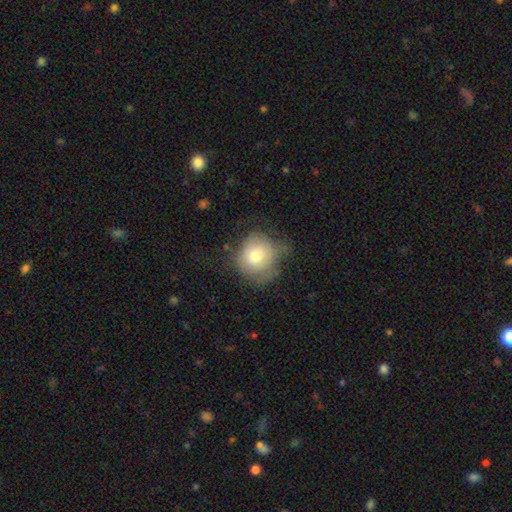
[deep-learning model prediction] Smooth or featured: smooth — 73% (featured or disk — 18%)
How rounded: round — 84% (in between — 15%)
Merging: none — 46% (minor disturbance — 34%)